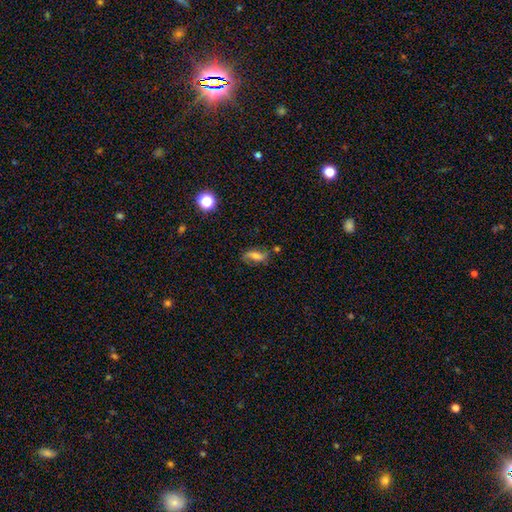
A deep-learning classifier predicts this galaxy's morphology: This appears to be a smooth galaxy with no disk features (50%). Merging: none (58%).